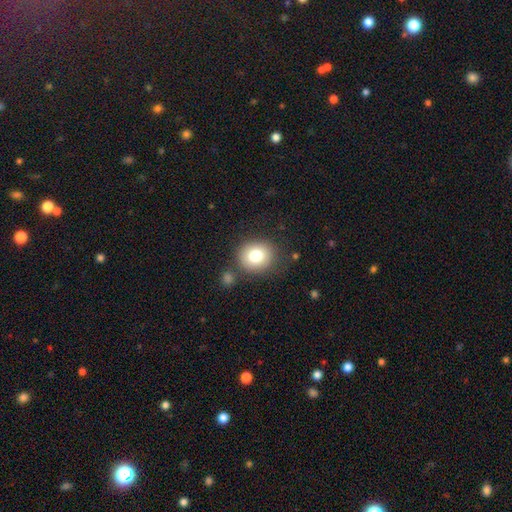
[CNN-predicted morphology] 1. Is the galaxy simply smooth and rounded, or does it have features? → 79% smooth, 11% featured or disk, 10% star or artifact.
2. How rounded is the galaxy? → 76% round, 23% in between, 1% cigar-shaped.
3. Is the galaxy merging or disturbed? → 79% none, 11% minor disturbance, 6% merger, 4% major disturbance.